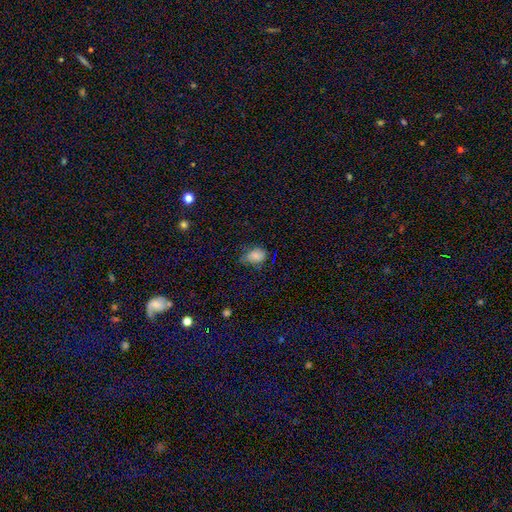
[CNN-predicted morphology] smooth-or-featured: smooth: 75% | star or artifact: 13% | featured or disk: 12%
  how-rounded: in between: 79% | round: 20% | cigar-shaped: 1%
  merging: none: 60% | minor disturbance: 29% | major disturbance: 10% | merger: 2%